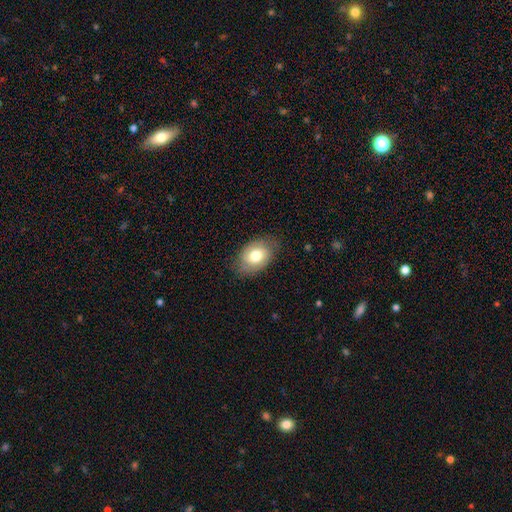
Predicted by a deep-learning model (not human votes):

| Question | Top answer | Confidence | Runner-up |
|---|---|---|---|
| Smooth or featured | smooth | 70% | featured or disk (23%) |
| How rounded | in between | 85% | round (14%) |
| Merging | none | 77% | minor disturbance (18%) |